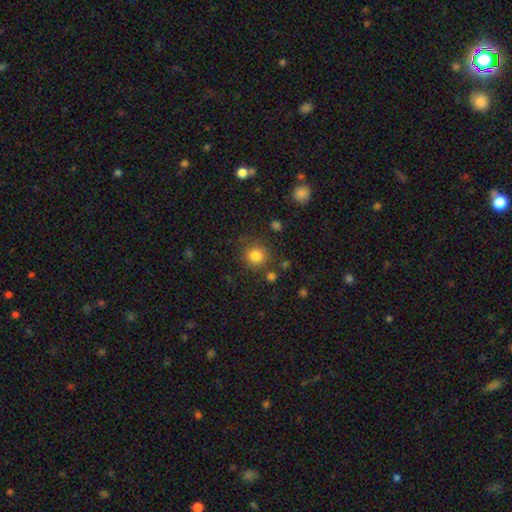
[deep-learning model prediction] Overall: smooth (82%). How rounded: round (90%). Merging: none (80%).